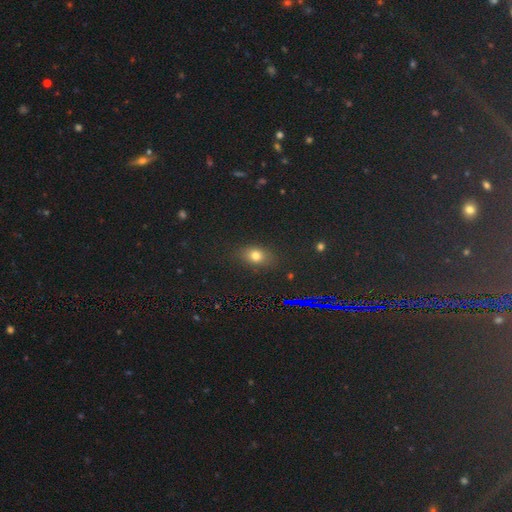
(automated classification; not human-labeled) Q: Smooth or featured?
A: smooth (71%); runner-up: star or artifact (20%)
Q: How rounded?
A: in between (65%); runner-up: round (31%)
Q: Merging?
A: none (83%); runner-up: minor disturbance (11%)